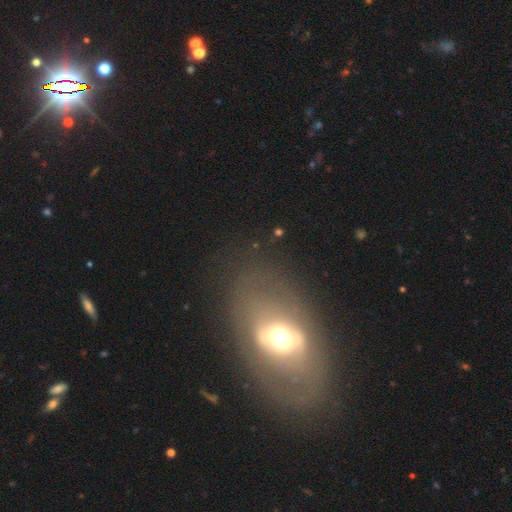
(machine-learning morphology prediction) Smooth or featured?
  - featured or disk: 56% *
  - smooth: 28%
  - star or artifact: 16%
Edge-on disk?
  - no: 86% *
  - yes: 14%
Merging?
  - none: 81% *
  - minor disturbance: 11%
  - major disturbance: 7%
  - merger: 2%